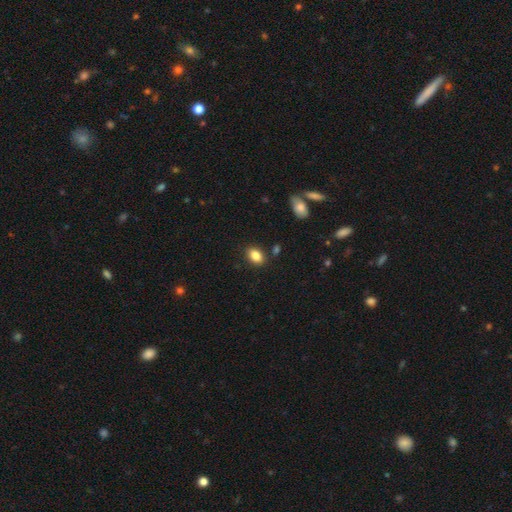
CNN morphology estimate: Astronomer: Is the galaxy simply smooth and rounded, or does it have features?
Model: smooth — 85%.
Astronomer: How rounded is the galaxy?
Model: in between — 83%.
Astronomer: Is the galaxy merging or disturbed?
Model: none — 84%.